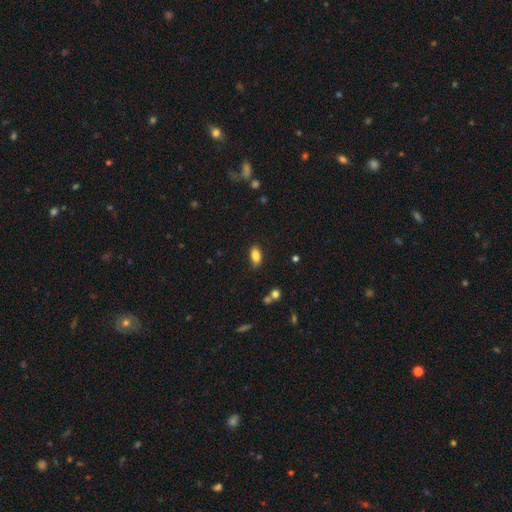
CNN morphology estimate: smooth 82%, featured or disk 9%, star or artifact 8%. Down the decision tree: how rounded — in between (88%); merging — none (78%).